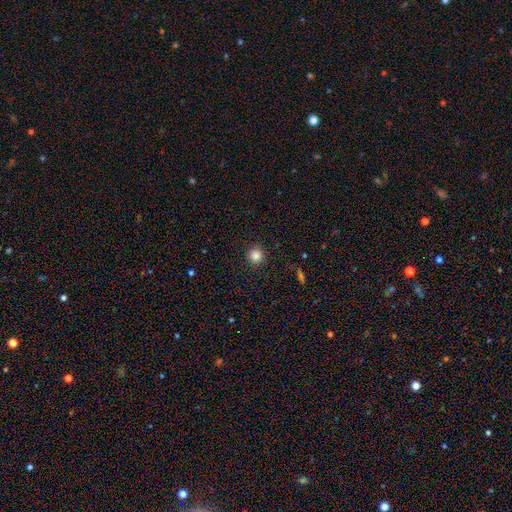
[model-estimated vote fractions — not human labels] Smooth or featured?
  - smooth: 85% *
  - star or artifact: 11%
  - featured or disk: 4%
How rounded?
  - round: 95% *
  - in between: 4%
  - cigar-shaped: 1%
Merging?
  - none: 91% *
  - minor disturbance: 6%
  - major disturbance: 2%
  - merger: 1%